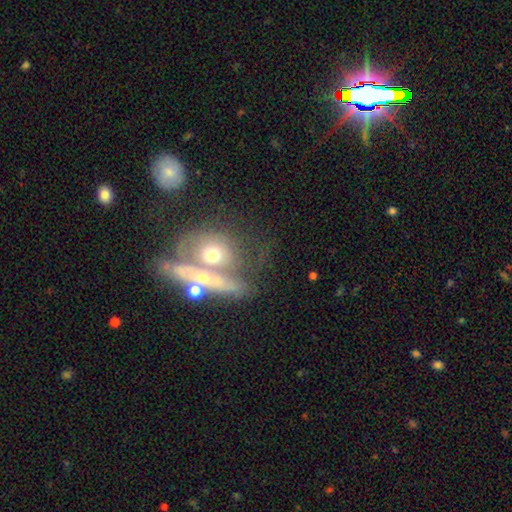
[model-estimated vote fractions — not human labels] The model was most divided on "merging": merger: 41%, none: 36%, minor disturbance: 12%, major disturbance: 11%. Remaining: smooth or featured — featured or disk (48%).